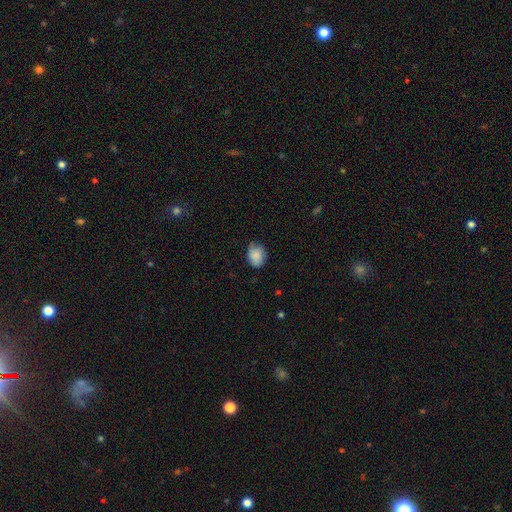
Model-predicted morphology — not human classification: This is clearly a smooth galaxy (82%). How rounded: possibly in between (57%). Merging: likely none (66%).